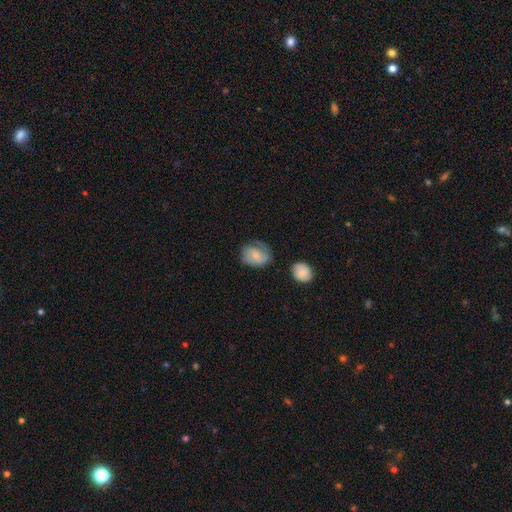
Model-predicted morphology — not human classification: Q: Smooth or featured?
A: smooth (52%); runner-up: featured or disk (40%)
Q: How rounded?
A: in between (50%); runner-up: round (49%)
Q: Merging?
A: none (49%); runner-up: minor disturbance (29%)